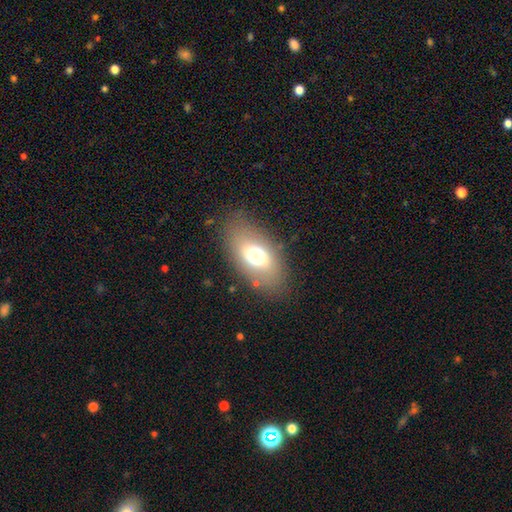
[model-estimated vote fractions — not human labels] A smooth galaxy with no disk features (63%) that is in between round and cigar-shaped (88%). Merging: none (79%).